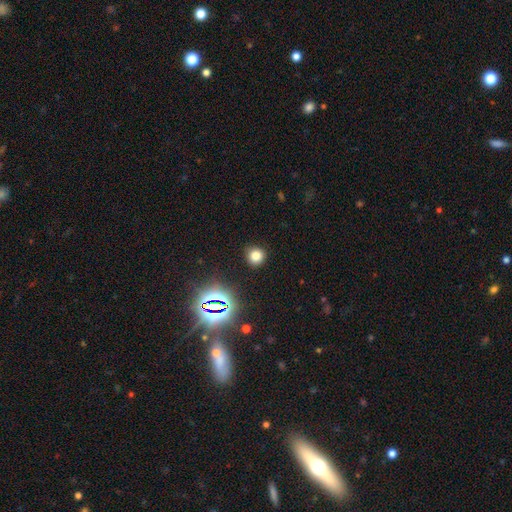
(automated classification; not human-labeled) Smooth or featured? smooth (75%)
How rounded? round (91%)
Merging? none (89%)